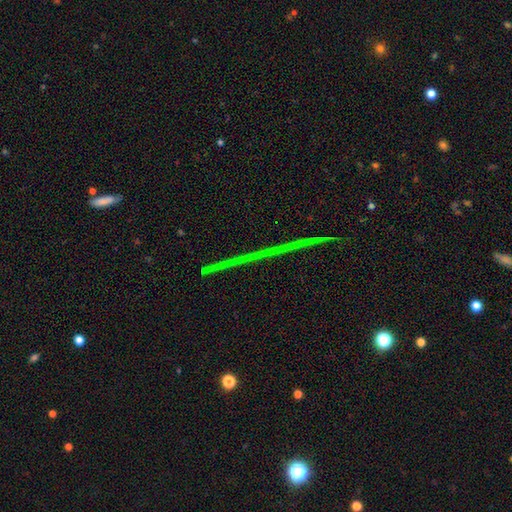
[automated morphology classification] Smooth or featured: featured or disk — 45% (star or artifact — 39%)
Merging: none — 90% (minor disturbance — 5%)